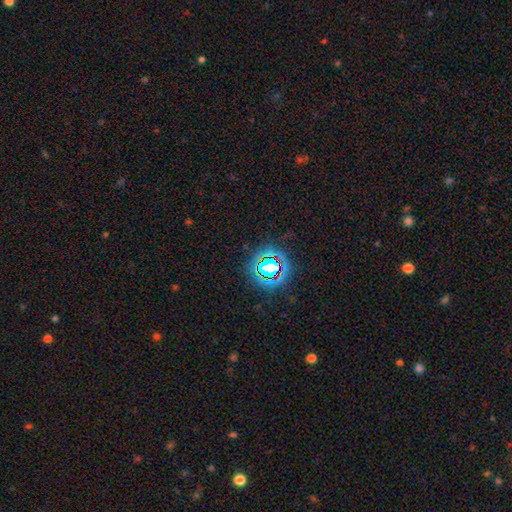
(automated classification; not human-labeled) smooth-or-featured: star or artifact: 77% | smooth: 14% | featured or disk: 9%